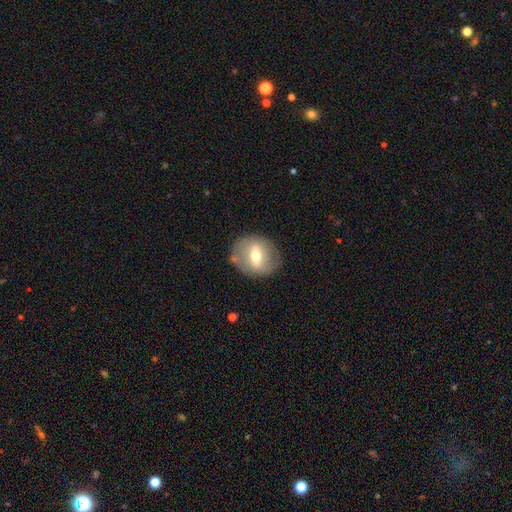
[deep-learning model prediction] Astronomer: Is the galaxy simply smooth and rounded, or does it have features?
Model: featured or disk — 49% (runner-up: smooth, 43%).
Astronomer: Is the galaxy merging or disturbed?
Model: none — 80%.